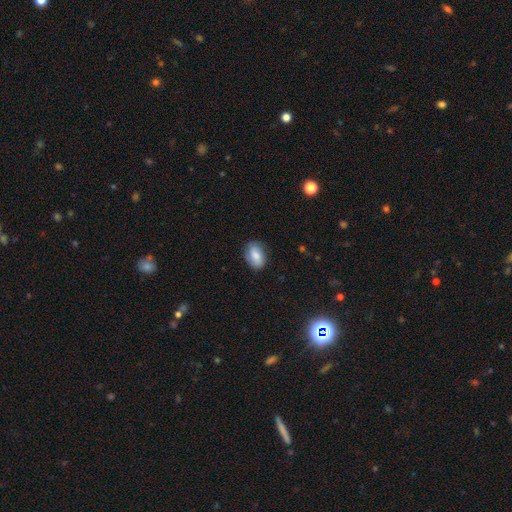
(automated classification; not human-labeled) Smooth or featured? Predicted: smooth (p=0.77). How rounded? Predicted: in between (p=0.84). Merging? Predicted: none (p=0.80).